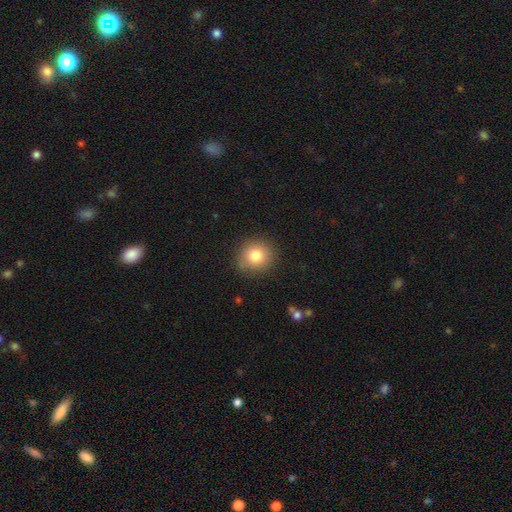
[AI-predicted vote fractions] Smooth or featured? Predicted: smooth (p=0.81). How rounded? Predicted: round (p=0.89). Merging? Predicted: none (p=0.87).